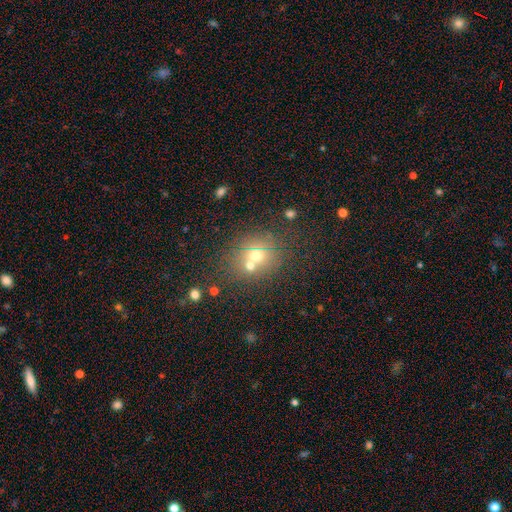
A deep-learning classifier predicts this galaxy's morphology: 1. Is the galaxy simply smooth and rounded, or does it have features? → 61% smooth, 20% featured or disk, 19% star or artifact.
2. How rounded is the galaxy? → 74% round, 25% in between, 1% cigar-shaped.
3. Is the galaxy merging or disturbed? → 52% none, 33% merger, 10% minor disturbance, 5% major disturbance.